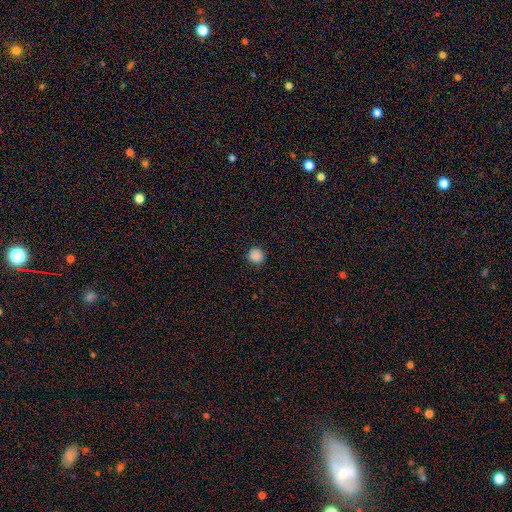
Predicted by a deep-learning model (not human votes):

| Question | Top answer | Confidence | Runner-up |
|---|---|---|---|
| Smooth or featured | smooth | 87% | star or artifact (11%) |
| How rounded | round | 92% | in between (7%) |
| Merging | none | 88% | minor disturbance (8%) |